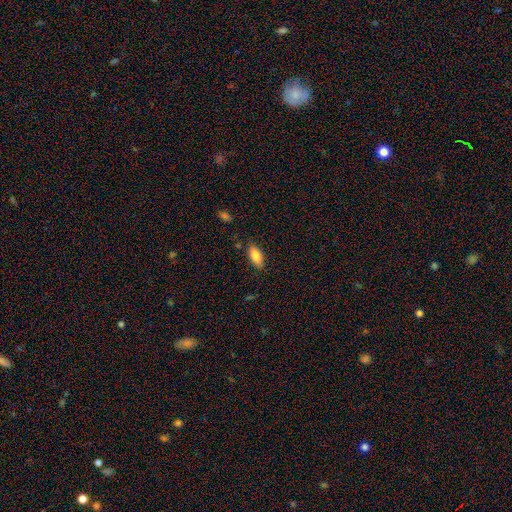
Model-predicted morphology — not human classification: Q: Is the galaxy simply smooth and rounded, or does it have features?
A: smooth — 84%.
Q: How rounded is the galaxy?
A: in between — 86%.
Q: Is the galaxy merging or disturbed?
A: none — 82%.